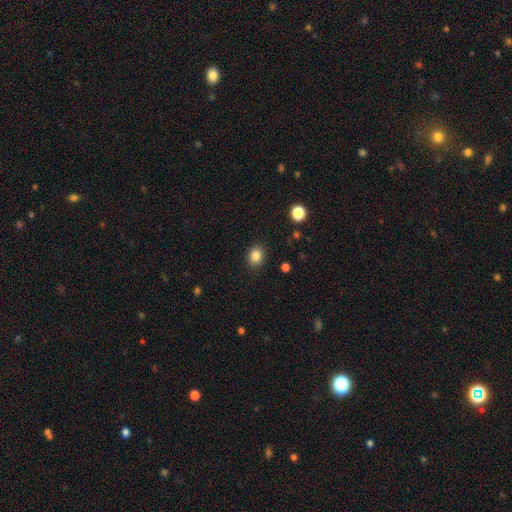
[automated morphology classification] A smooth galaxy with no disk features (84%) that is round (55%). Merging: none (89%).